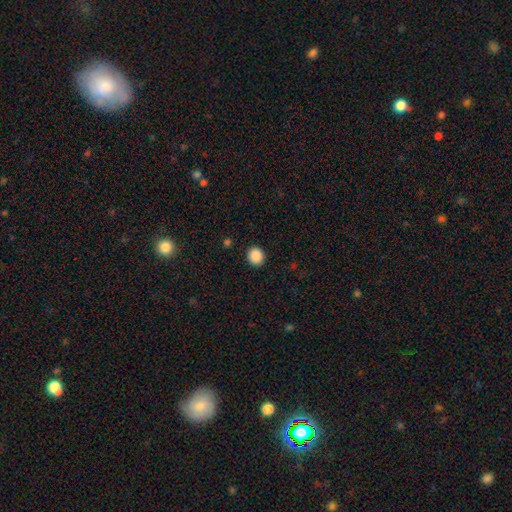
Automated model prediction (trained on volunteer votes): smooth-or-featured: smooth: 88% | star or artifact: 9% | featured or disk: 3%
  how-rounded: round: 81% | in between: 18% | cigar-shaped: 1%
  merging: none: 91% | minor disturbance: 6% | major disturbance: 2% | merger: 1%